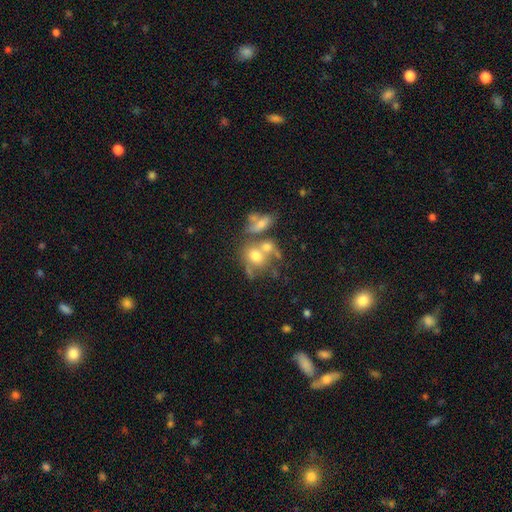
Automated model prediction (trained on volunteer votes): A smooth galaxy with no disk features (62%) that is round (53%). Merging: merger (51%).